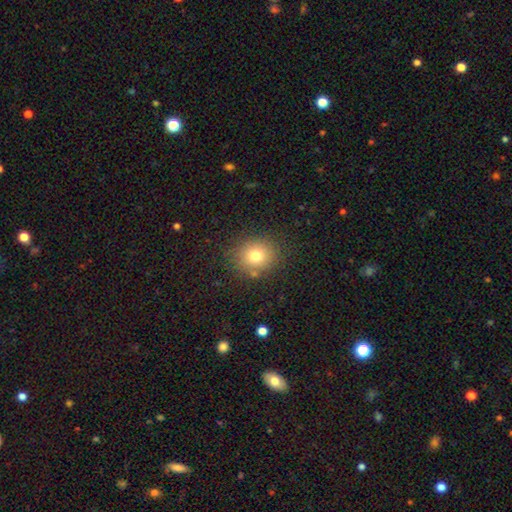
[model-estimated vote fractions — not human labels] Morphology: type=smooth (76%); roundness=round (77%); merging=none (84%).